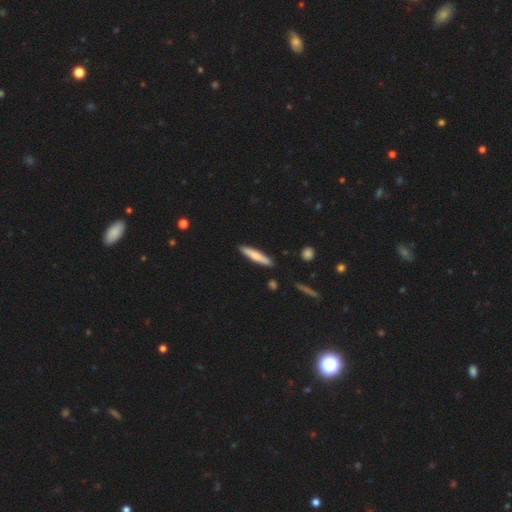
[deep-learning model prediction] Smooth or featured?
  - smooth: 68% *
  - featured or disk: 26%
  - star or artifact: 5%
How rounded?
  - cigar-shaped: 88% *
  - in between: 11%
  - round: 1%
Merging?
  - none: 88% *
  - minor disturbance: 8%
  - merger: 2%
  - major disturbance: 2%